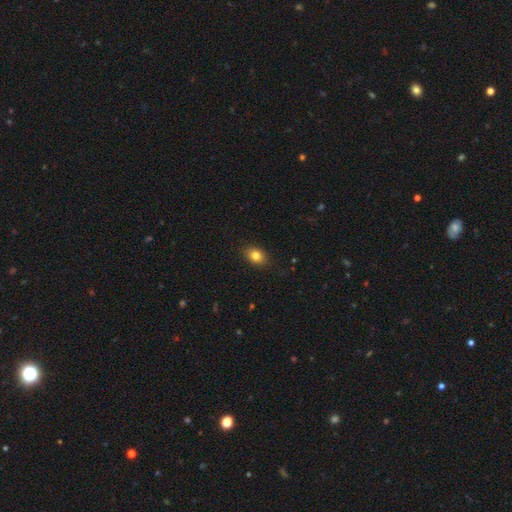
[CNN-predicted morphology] Smooth or featured? Predicted: smooth (p=0.83). How rounded? Predicted: in between (p=0.69). Merging? Predicted: none (p=0.87).